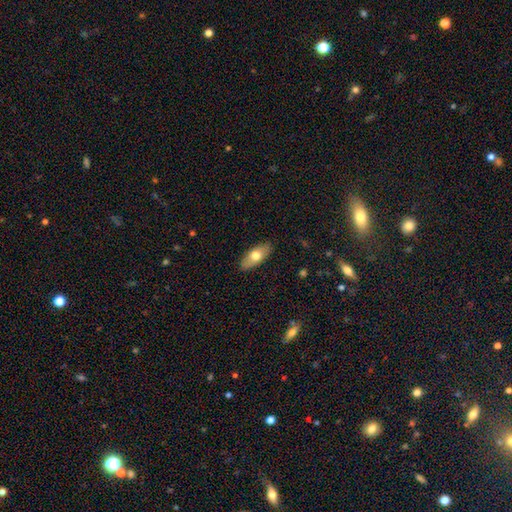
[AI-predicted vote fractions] Smooth or featured? Predicted: smooth (p=0.67). How rounded? Predicted: in between (p=0.82). Merging? Predicted: none (p=0.88).